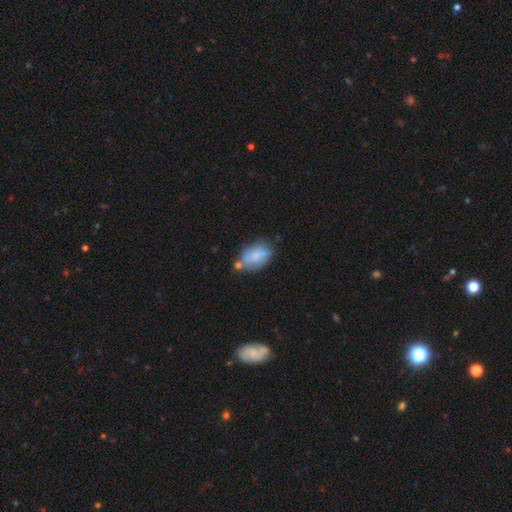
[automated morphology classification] A smooth galaxy with no disk features (61%) that is in between round and cigar-shaped (89%). Merging: none (42%).